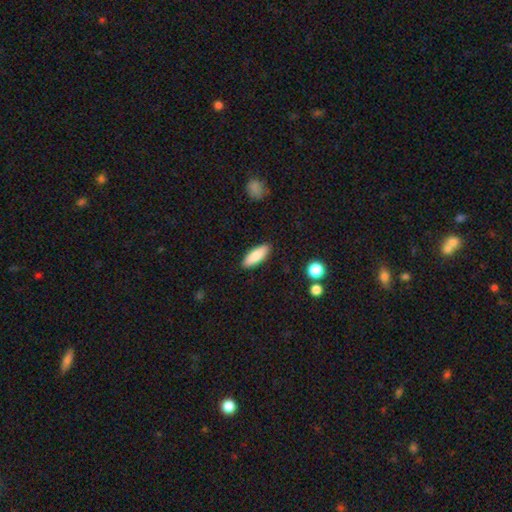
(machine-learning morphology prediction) Overall: smooth (85%). How rounded: in between (64%; cigar-shaped 34%). Merging: none (89%).